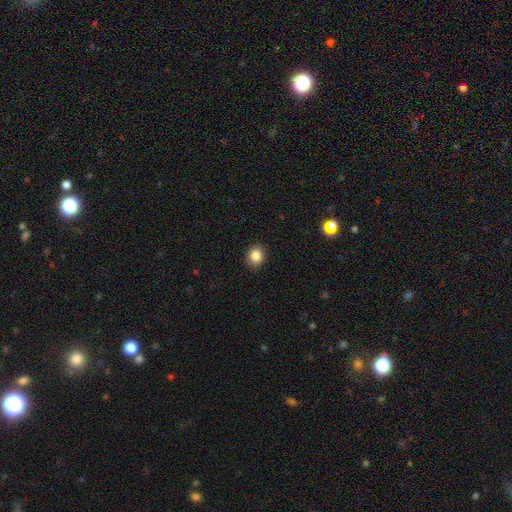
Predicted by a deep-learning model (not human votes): smooth 85%, star or artifact 10%, featured or disk 5%. Down the decision tree: how rounded — round (65%); merging — none (90%).